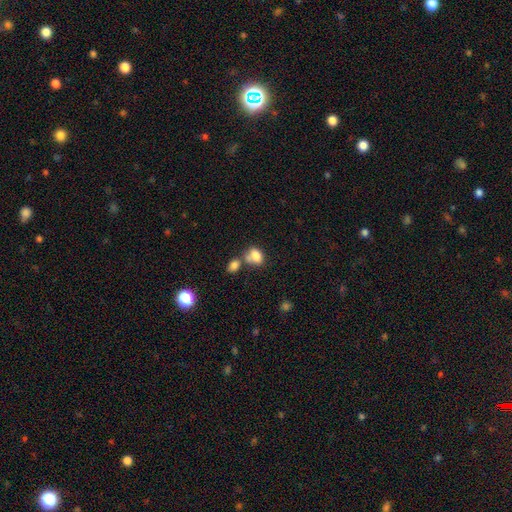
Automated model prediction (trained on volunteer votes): This appears to be a smooth galaxy with no disk features (80%) that is in between round and cigar-shaped (79%). Merging: merger (46%).